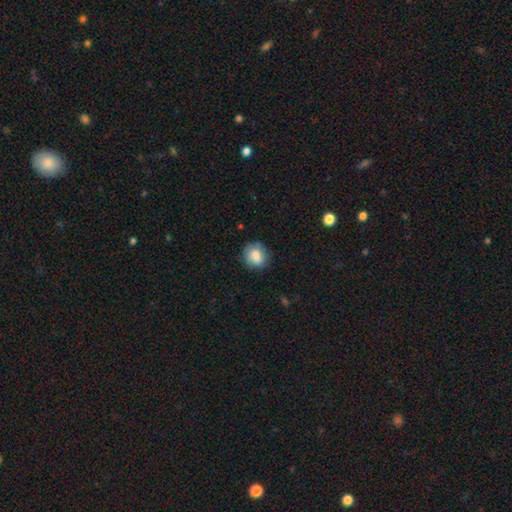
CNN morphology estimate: smooth_or_featured: smooth (p=0.77) [alt: featured or disk p=0.14]
how_rounded: round (p=0.73) [alt: in between p=0.26]
merging: none (p=0.78) [alt: minor disturbance p=0.16]